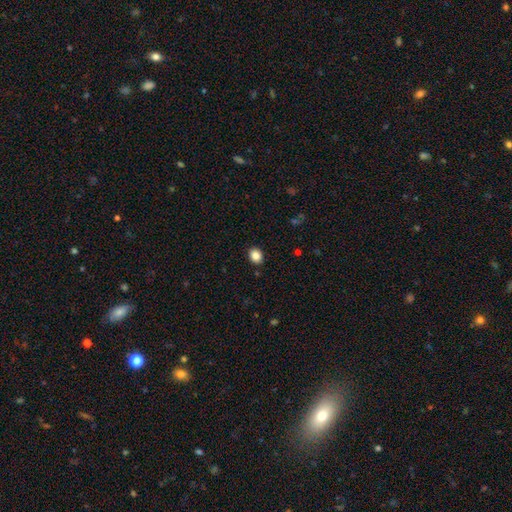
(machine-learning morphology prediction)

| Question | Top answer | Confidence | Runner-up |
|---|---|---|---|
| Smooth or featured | smooth | 87% | star or artifact (10%) |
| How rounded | round | 54% | in between (45%) |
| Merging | none | 90% | minor disturbance (7%) |